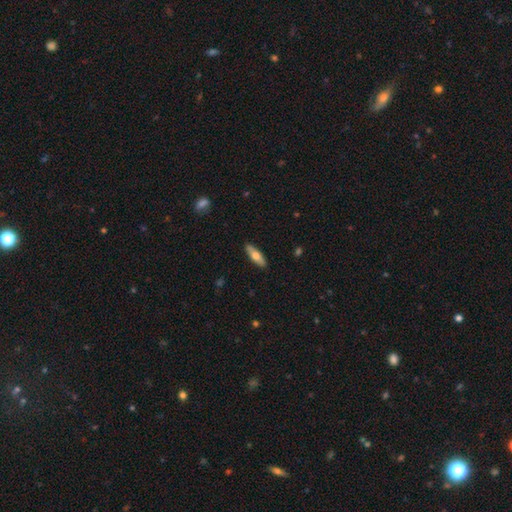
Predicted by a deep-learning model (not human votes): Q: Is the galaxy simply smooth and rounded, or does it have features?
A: smooth — 62%.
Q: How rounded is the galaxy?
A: cigar-shaped — 53%.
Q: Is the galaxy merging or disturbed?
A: none — 88%.